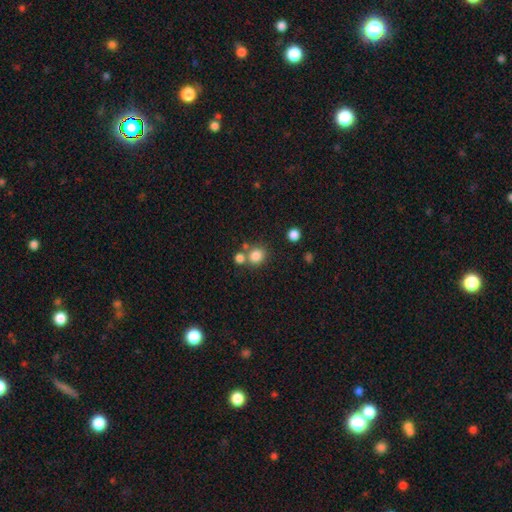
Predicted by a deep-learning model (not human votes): Smooth or featured?
  - smooth: 82% *
  - star or artifact: 12%
  - featured or disk: 7%
How rounded?
  - round: 82% *
  - in between: 17%
  - cigar-shaped: 1%
Merging?
  - none: 61% *
  - merger: 27%
  - minor disturbance: 8%
  - major disturbance: 4%